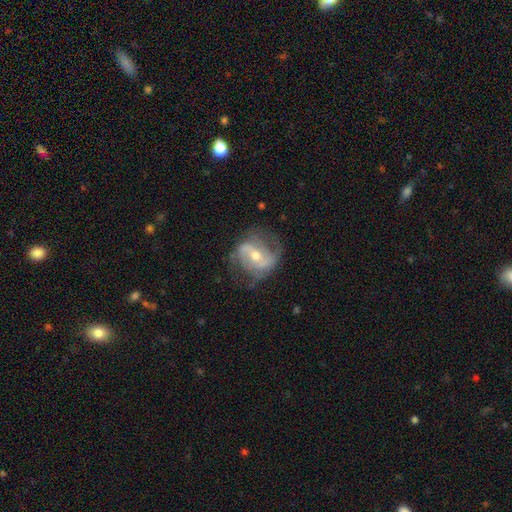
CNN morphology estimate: A featured or disk galaxy (81%) with a weak bar (42%), 2 (72%) medium (45%) spiral arms (90%) and a moderate central bulge (59%).

Vote fractions:
- Smooth or featured? featured or disk: 81% / smooth: 12% / star or artifact: 7%
- Edge-on disk? no: 96% / yes: 4%
- Bar? weak: 42% / strong: 32% / no: 27%
- Spiral arms? yes: 90% / no: 10%
- Spiral winding? medium: 45% / loose: 31% / tight: 25%
- Spiral arm count? 2: 72% / can't tell: 13% / 3: 7% / 1: 4% / 4: 2% / more than 4: 2%
- Bulge size? moderate: 59% / small: 36% / large: 3% / none: 1% / dominant: 1%
- Merging? none: 65% / minor disturbance: 21% / major disturbance: 13% / merger: 1%